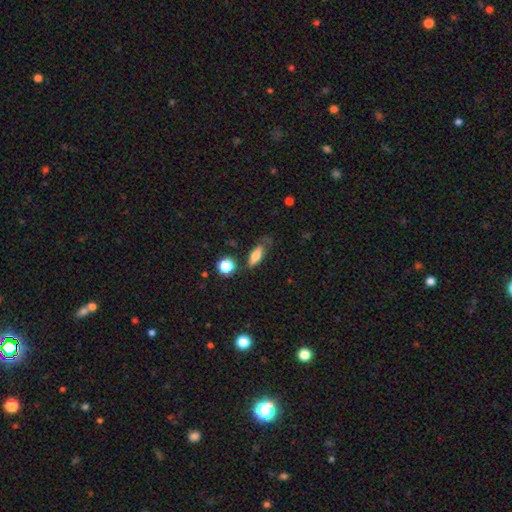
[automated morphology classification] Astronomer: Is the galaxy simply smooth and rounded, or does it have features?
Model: smooth — 70%.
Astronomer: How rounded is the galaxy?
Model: in between — 65%.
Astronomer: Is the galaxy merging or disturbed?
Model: none — 52% (runner-up: minor disturbance, 28%).